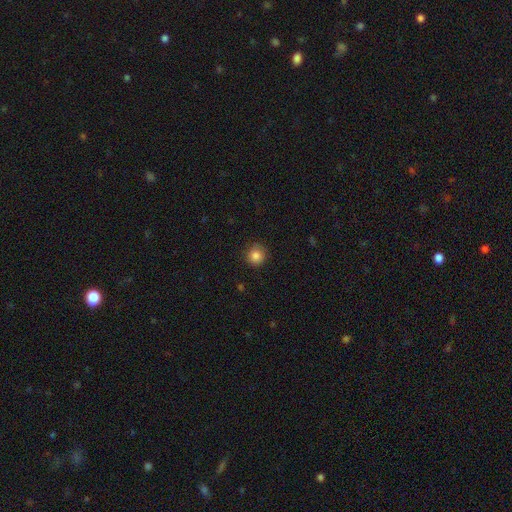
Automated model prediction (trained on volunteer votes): Smooth or featured?
  - smooth: 85% *
  - star or artifact: 10%
  - featured or disk: 5%
How rounded?
  - round: 93% *
  - in between: 6%
  - cigar-shaped: 1%
Merging?
  - none: 85% *
  - minor disturbance: 11%
  - major disturbance: 3%
  - merger: 1%